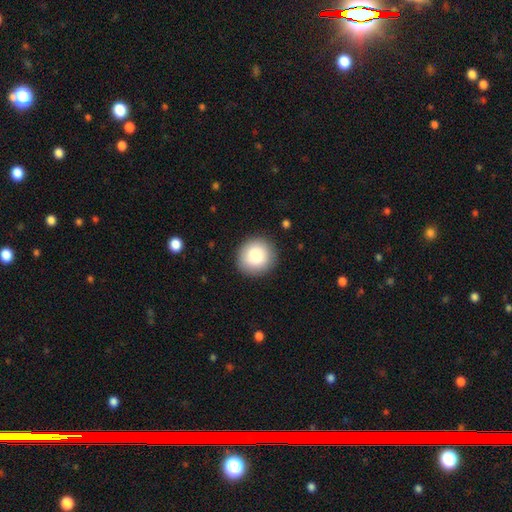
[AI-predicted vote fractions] smooth-or-featured: smooth: 84% | star or artifact: 8% | featured or disk: 8%
  how-rounded: round: 89% | in between: 10% | cigar-shaped: 1%
  merging: none: 89% | minor disturbance: 8% | major disturbance: 2% | merger: 1%